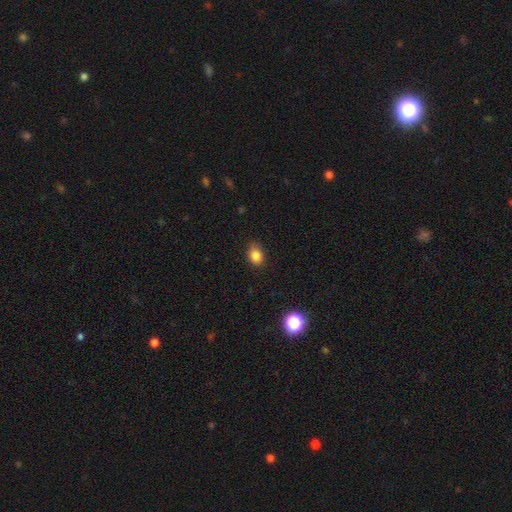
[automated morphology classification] Q: Smooth or featured?
A: smooth (84%); runner-up: star or artifact (11%)
Q: How rounded?
A: in between (65%); runner-up: round (34%)
Q: Merging?
A: none (78%); runner-up: minor disturbance (17%)